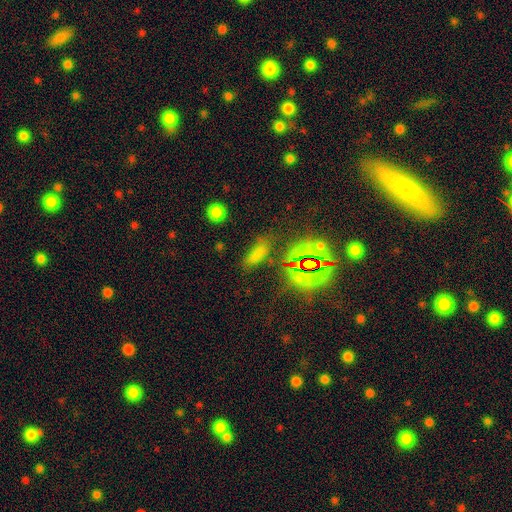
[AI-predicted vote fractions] A smooth galaxy with no disk features (62%) that is in between round and cigar-shaped (60%). Merging: none (69%).